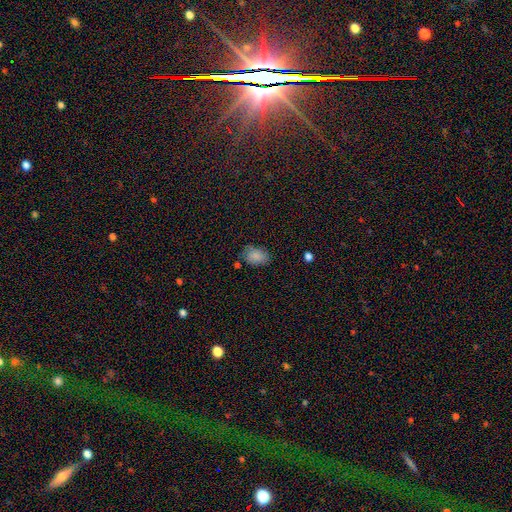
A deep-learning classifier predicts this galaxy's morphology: A smooth galaxy with no disk features (85%) that is in between round and cigar-shaped (83%).

Vote fractions:
- Smooth or featured? smooth: 85% / star or artifact: 9% / featured or disk: 6%
- How rounded? in between: 83% / round: 16% / cigar-shaped: 1%
- Merging? none: 69% / minor disturbance: 22% / major disturbance: 5% / merger: 4%